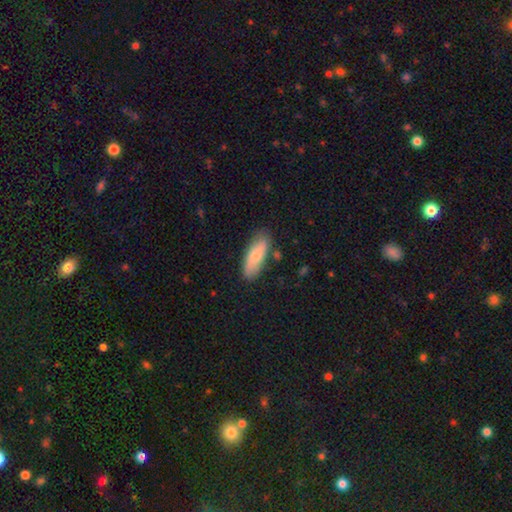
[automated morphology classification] smooth 73%, featured or disk 21%, star or artifact 6%. Down the decision tree: how rounded — in between (65%); merging — none (78%).